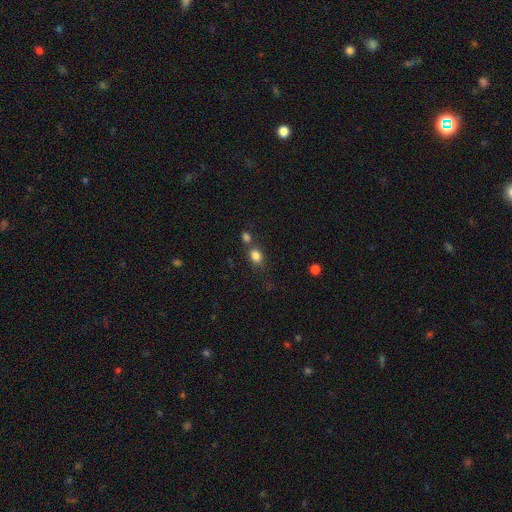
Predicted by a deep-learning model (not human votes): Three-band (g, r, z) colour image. It shows a smooth galaxy with no disk features (82%) that is in between round and cigar-shaped (50%). Merging: none (61%).